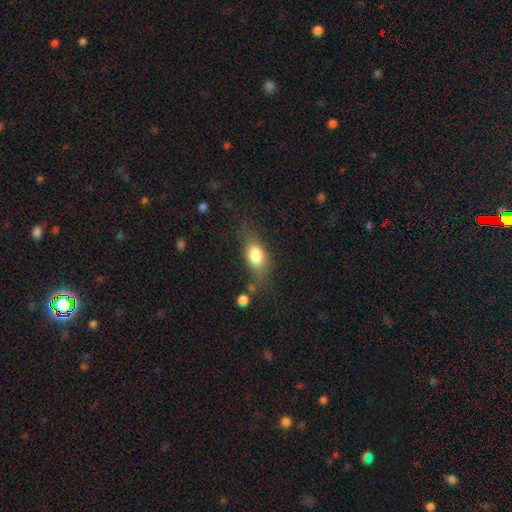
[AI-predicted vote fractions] Smooth or featured: smooth — 76% (featured or disk — 16%)
How rounded: in between — 77% (round — 14%)
Merging: none — 64% (minor disturbance — 22%)